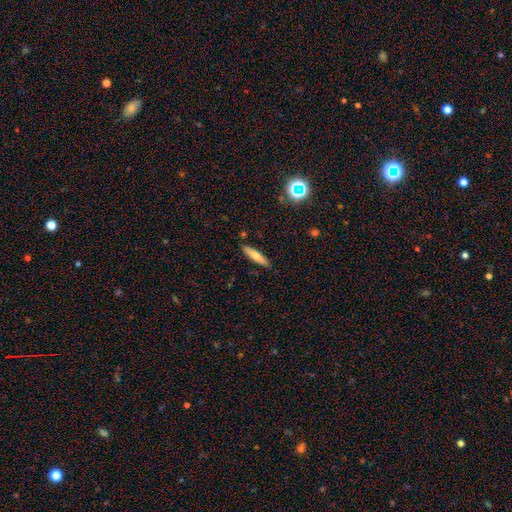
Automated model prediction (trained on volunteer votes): This appears to be a smooth galaxy with no disk features (66%) that is cigar-shaped (82%). Merging: none (88%).